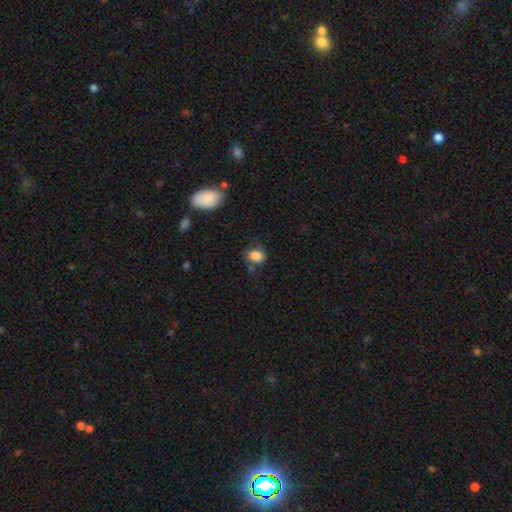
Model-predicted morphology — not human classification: This is clearly a smooth galaxy (83%). How rounded: possibly in between (57%). Merging: possibly none (59%).